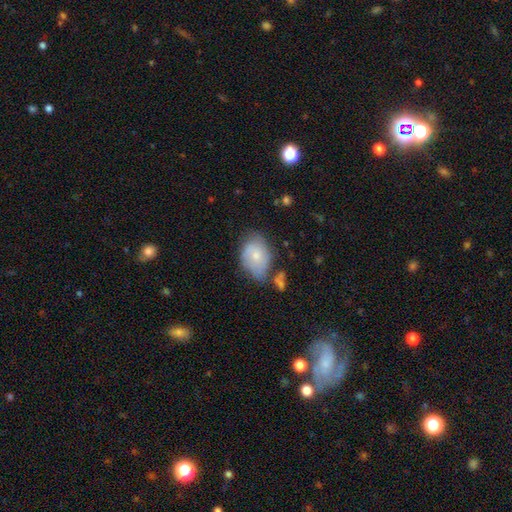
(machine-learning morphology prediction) type=smooth (63%); roundness=in between (81%); merging=none (50%).